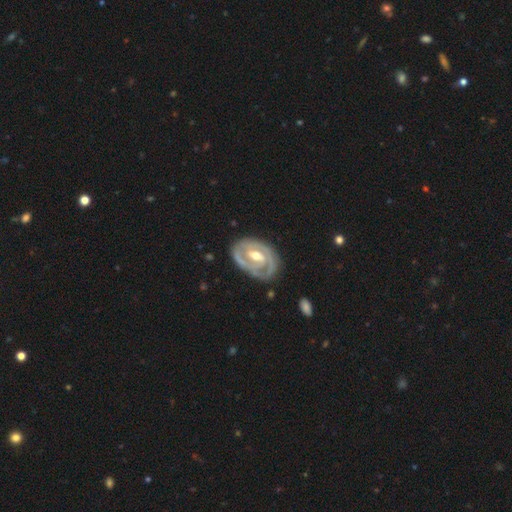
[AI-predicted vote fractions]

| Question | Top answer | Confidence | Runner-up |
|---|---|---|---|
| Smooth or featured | featured or disk | 87% | smooth (10%) |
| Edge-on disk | no | 97% | yes (3%) |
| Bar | weak | 46% | no (27%) |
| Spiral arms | yes | 89% | no (11%) |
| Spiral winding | tight | 65% | medium (28%) |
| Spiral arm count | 2 | 66% | can't tell (14%) |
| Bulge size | moderate | 72% | small (21%) |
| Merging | none | 76% | minor disturbance (18%) |